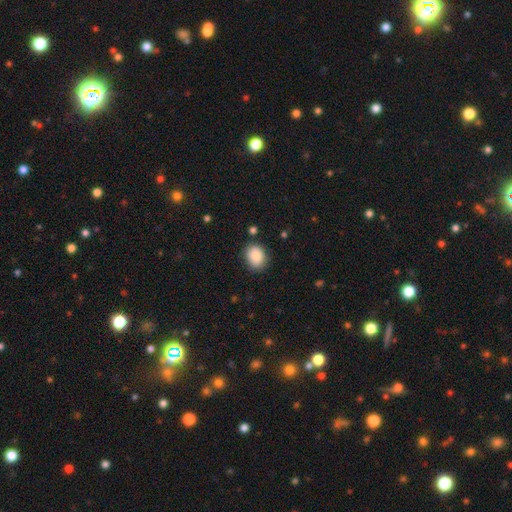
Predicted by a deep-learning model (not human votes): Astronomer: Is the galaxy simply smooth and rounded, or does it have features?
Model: smooth — 88%.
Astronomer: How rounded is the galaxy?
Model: in between — 54% (runner-up: round, 45%).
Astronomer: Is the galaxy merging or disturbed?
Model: none — 81%.